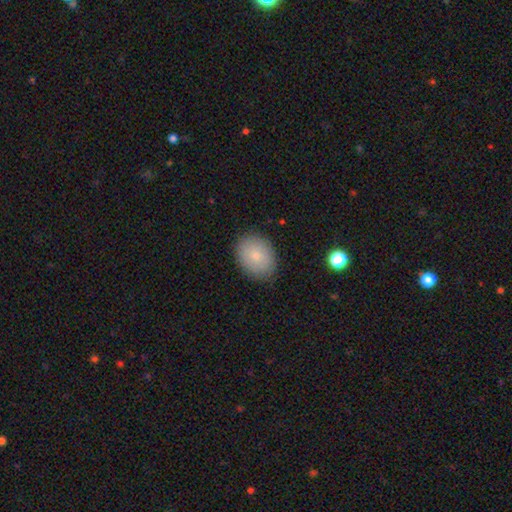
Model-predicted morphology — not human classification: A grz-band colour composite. It shows a smooth galaxy with no disk features (80%) that is in between round and cigar-shaped (60%). Merging: none (85%).